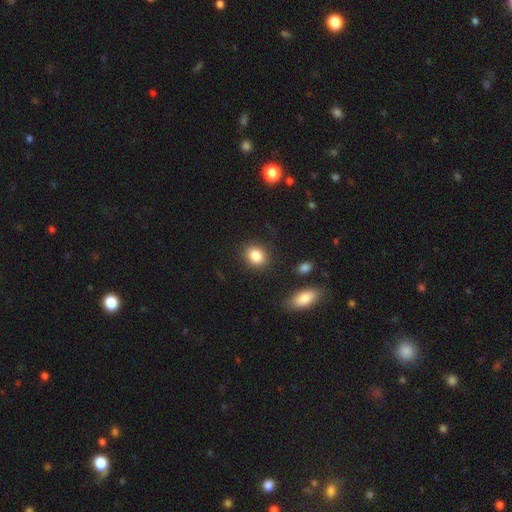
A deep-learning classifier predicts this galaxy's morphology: smooth_or_featured: smooth (p=0.86) [alt: star or artifact p=0.09]
how_rounded: round (p=0.50) [alt: in between p=0.48]
merging: none (p=0.86) [alt: minor disturbance p=0.09]